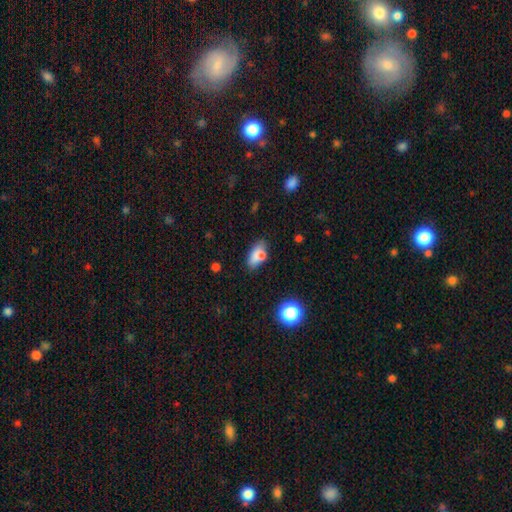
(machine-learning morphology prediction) Smooth or featured?
  - smooth: 77% *
  - featured or disk: 13%
  - star or artifact: 10%
How rounded?
  - in between: 88% *
  - round: 6%
  - cigar-shaped: 6%
Merging?
  - none: 56% *
  - minor disturbance: 26%
  - merger: 10%
  - major disturbance: 7%